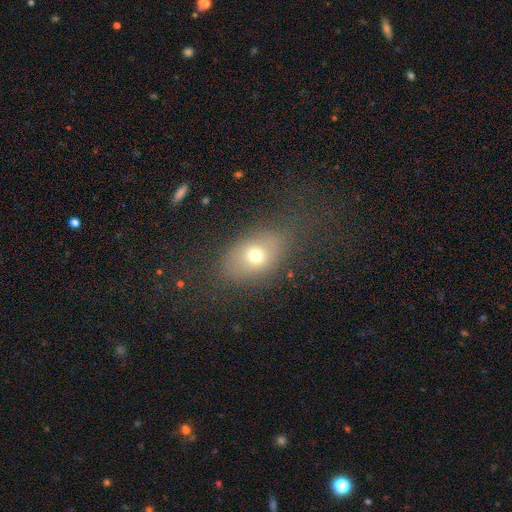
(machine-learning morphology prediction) smooth-or-featured: smooth: 68% | featured or disk: 17% | star or artifact: 15%
  how-rounded: in between: 68% | round: 30% | cigar-shaped: 2%
  merging: none: 61% | minor disturbance: 19% | major disturbance: 17% | merger: 3%